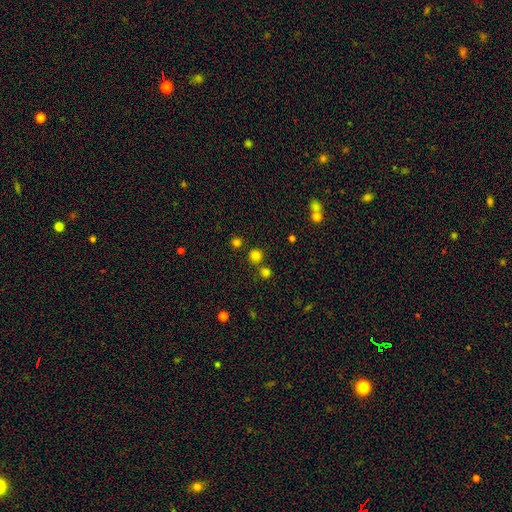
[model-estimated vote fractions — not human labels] Smooth or featured? Predicted: smooth (p=0.77). How rounded? Predicted: round (p=0.93). Merging? Predicted: none (p=0.78).